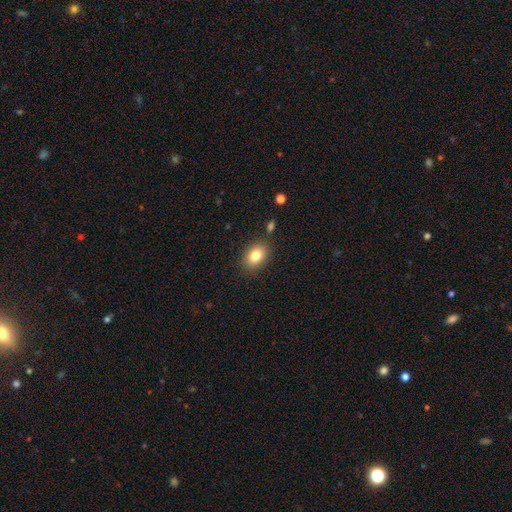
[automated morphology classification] smooth_or_featured: smooth (p=0.83) [alt: star or artifact p=0.09]
how_rounded: in between (p=0.77) [alt: round p=0.22]
merging: none (p=0.84) [alt: minor disturbance p=0.10]